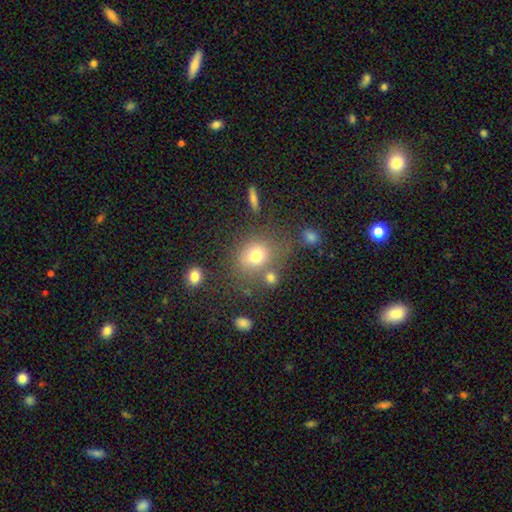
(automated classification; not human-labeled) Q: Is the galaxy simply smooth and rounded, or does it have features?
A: smooth — 74%.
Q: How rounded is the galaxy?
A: round — 60%.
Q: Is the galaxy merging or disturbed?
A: none — 60%.